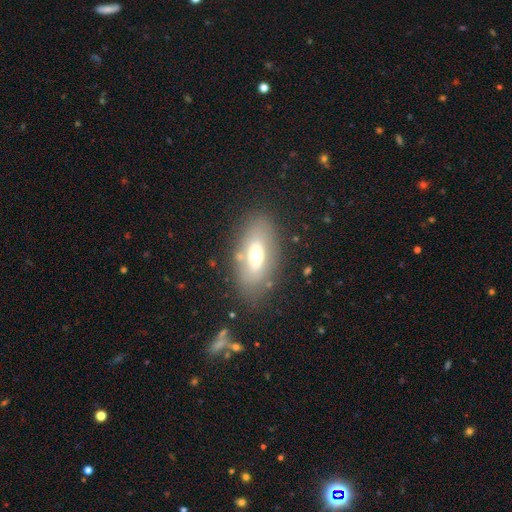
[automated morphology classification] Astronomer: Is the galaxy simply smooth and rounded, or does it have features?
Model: smooth — 56% (runner-up: featured or disk, 35%).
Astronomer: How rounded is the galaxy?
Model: in between — 85%.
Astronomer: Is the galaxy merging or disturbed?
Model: none — 77%.